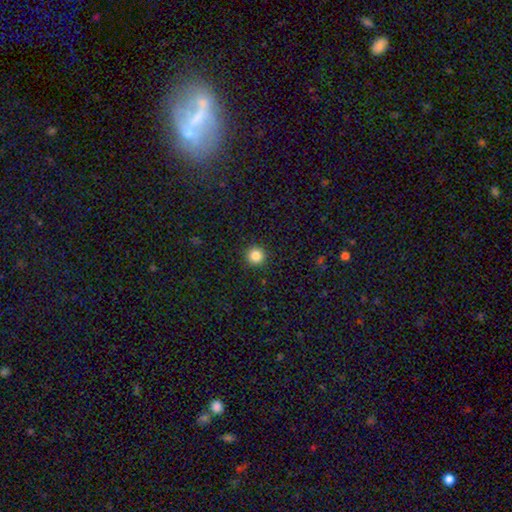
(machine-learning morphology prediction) Smooth or featured: smooth — 86% (star or artifact — 11%)
How rounded: round — 96% (in between — 3%)
Merging: none — 93% (minor disturbance — 5%)